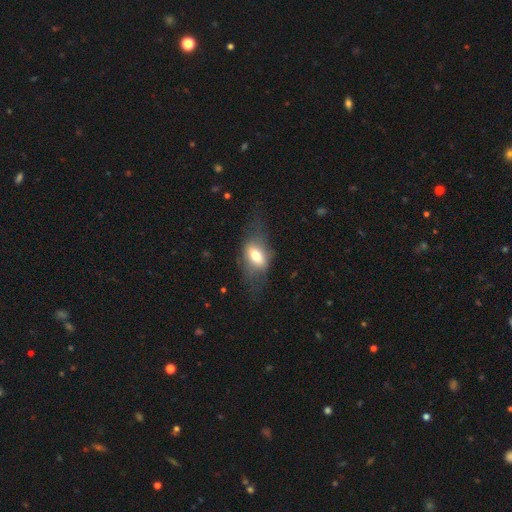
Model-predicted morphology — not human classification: This appears to be a smooth galaxy with no disk features (58%) that is in between round and cigar-shaped (80%). Merging: none (54%).